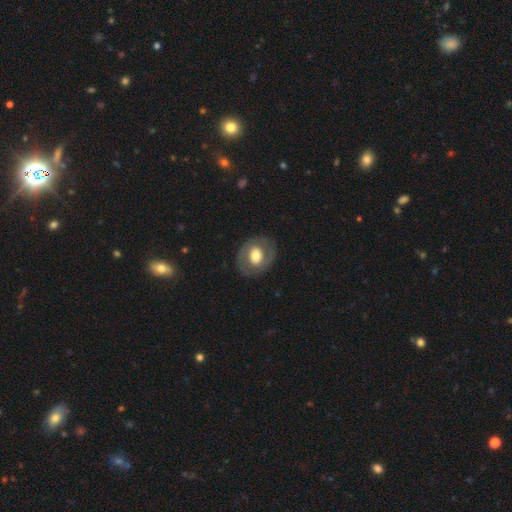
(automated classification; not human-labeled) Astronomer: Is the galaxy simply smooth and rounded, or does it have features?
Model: featured or disk — 47%, tied with smooth at 47%.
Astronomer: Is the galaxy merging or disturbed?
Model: none — 82%.